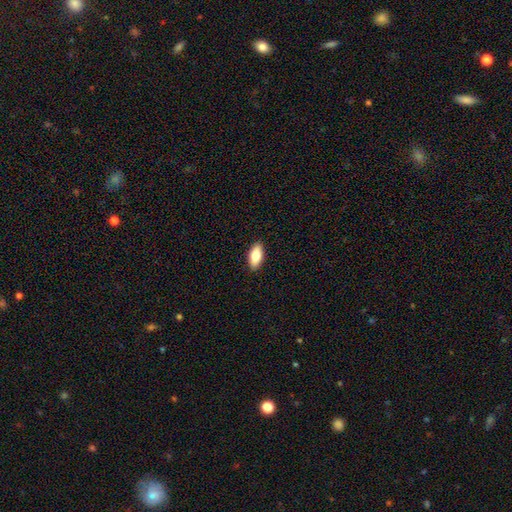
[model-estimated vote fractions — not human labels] A smooth galaxy with no disk features (82%) that is in between round and cigar-shaped (87%).

Vote fractions:
- Smooth or featured? smooth: 82% / featured or disk: 11% / star or artifact: 6%
- How rounded? in between: 87% / cigar-shaped: 10% / round: 3%
- Merging? none: 90% / minor disturbance: 8% / major disturbance: 2% / merger: 1%